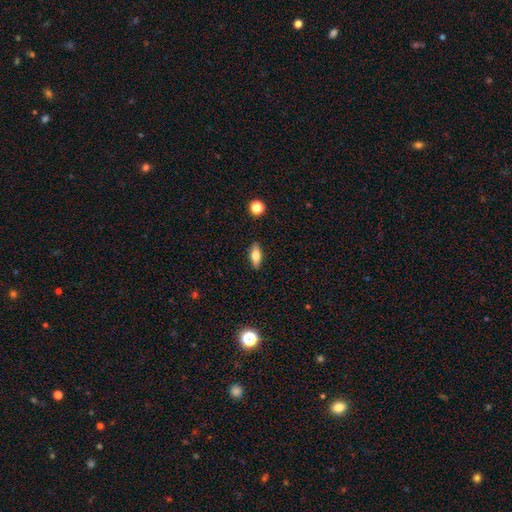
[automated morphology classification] type=smooth (64%); roundness=in between (69%); merging=none (88%).